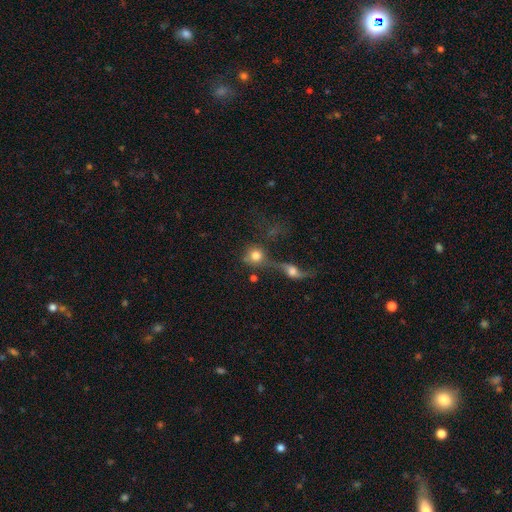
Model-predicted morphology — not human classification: smooth 74%, featured or disk 16%, star or artifact 10%. Down the decision tree: how rounded — round (85%); merging — merger (47%).